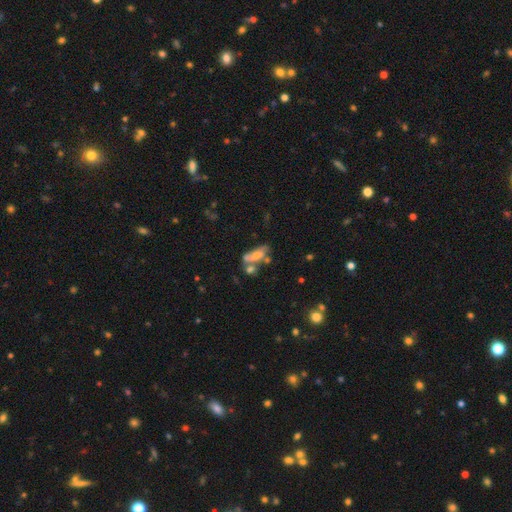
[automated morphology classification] smooth_or_featured: smooth (p=0.51) [alt: featured or disk p=0.39]
how_rounded: in between (p=0.69) [alt: cigar-shaped p=0.27]
merging: merger (p=0.39) [alt: none p=0.31]